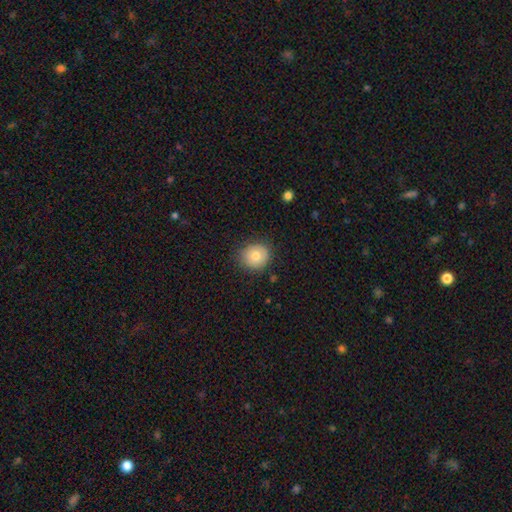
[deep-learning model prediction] Smooth or featured? Predicted: smooth (p=0.79). How rounded? Predicted: round (p=0.85). Merging? Predicted: none (p=0.83).